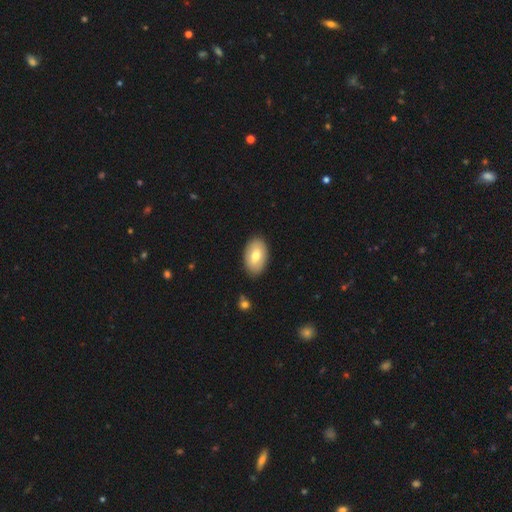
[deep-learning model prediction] smooth_or_featured: smooth (p=0.72) [alt: featured or disk p=0.21]
how_rounded: in between (p=0.92) [alt: round p=0.06]
merging: none (p=0.88) [alt: minor disturbance p=0.09]